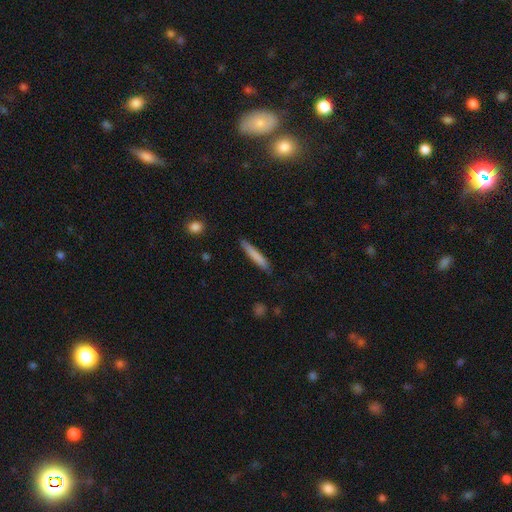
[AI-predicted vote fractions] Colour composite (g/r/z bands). It shows a smooth galaxy with no disk features (79%) that is cigar-shaped (94%). Merging: none (85%).